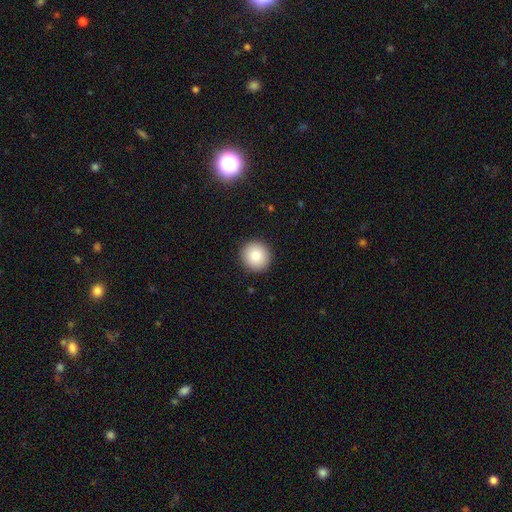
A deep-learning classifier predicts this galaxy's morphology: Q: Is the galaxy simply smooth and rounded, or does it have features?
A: smooth — 86%.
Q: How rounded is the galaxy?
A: round — 94%.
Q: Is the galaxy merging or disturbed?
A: none — 92%.